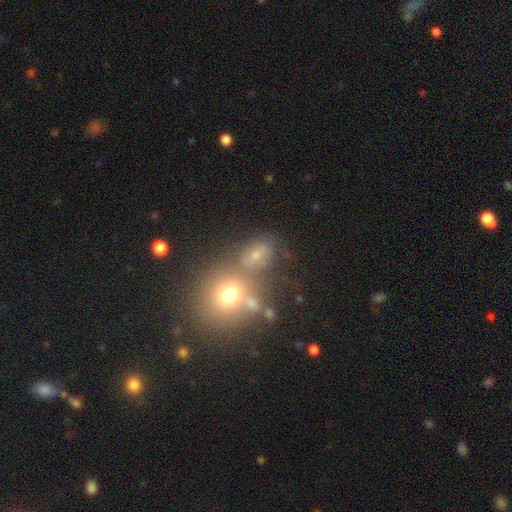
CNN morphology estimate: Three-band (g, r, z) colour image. It shows a smooth galaxy with no disk features (60%) that is in between round and cigar-shaped (53%). Merging: none (48%).